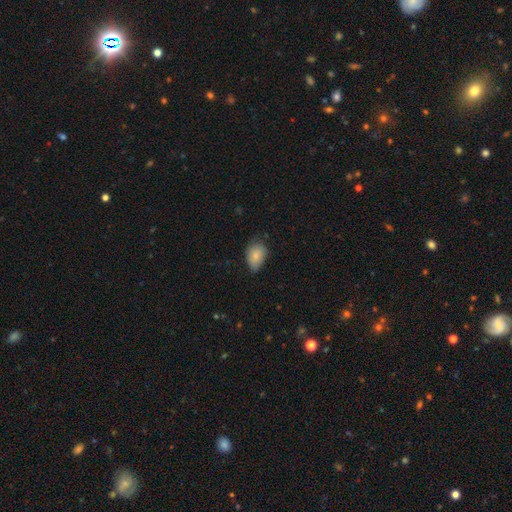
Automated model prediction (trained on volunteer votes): Overall: smooth (81%). How rounded: in between (83%). Merging: none (56%; minor disturbance 37%).